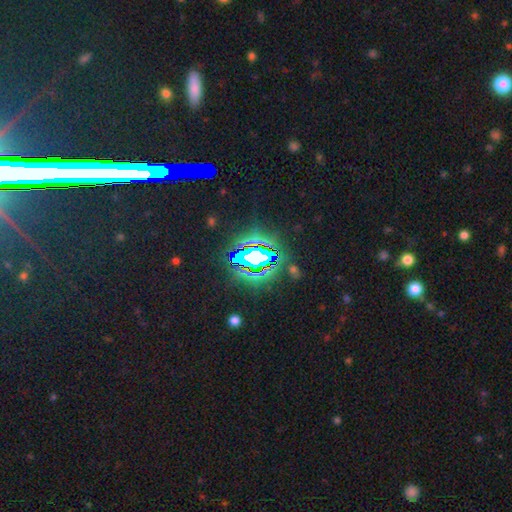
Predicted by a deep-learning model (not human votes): The model was most divided on "smooth or featured": star or artifact: 76%, smooth: 13%, featured or disk: 11%.